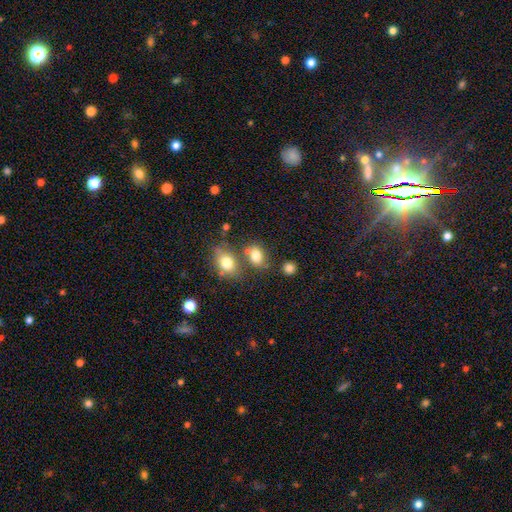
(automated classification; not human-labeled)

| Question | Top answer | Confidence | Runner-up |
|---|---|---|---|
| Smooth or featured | smooth | 78% | star or artifact (12%) |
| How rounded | in between | 65% | round (33%) |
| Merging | none | 53% | merger (26%) |